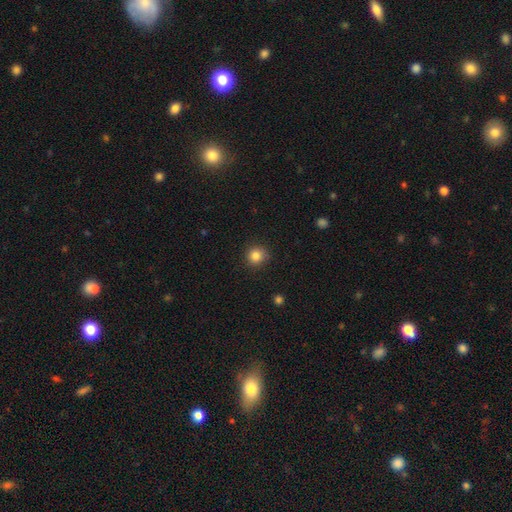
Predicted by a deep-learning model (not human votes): This appears to be a smooth galaxy with no disk features (84%) that is round (92%). Merging: none (87%).